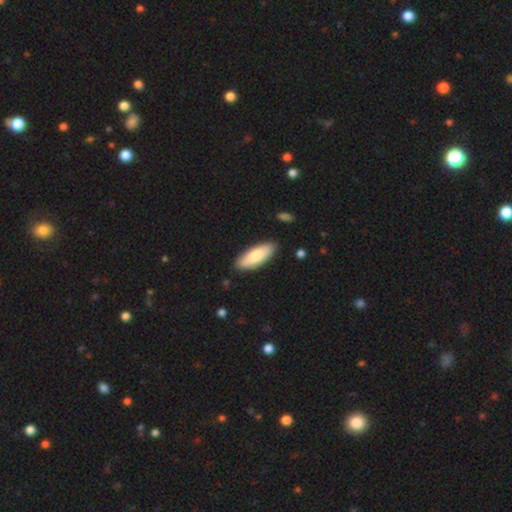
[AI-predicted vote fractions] smooth-or-featured: smooth: 81% | featured or disk: 14% | star or artifact: 5%
  how-rounded: in between: 71% | cigar-shaped: 28% | round: 2%
  merging: none: 87% | minor disturbance: 10% | major disturbance: 2% | merger: 1%